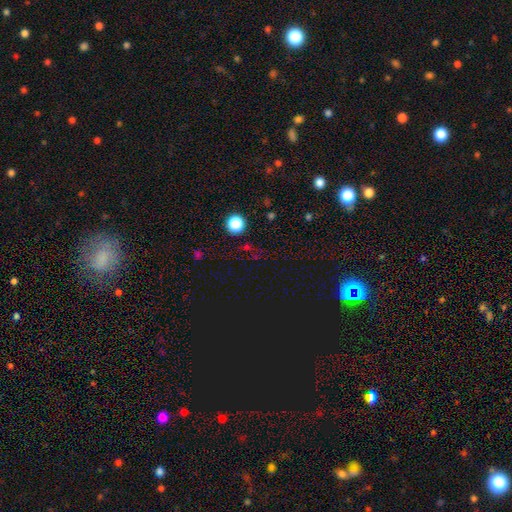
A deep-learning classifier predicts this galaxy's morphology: Smooth or featured: star or artifact — 64% (smooth — 30%)